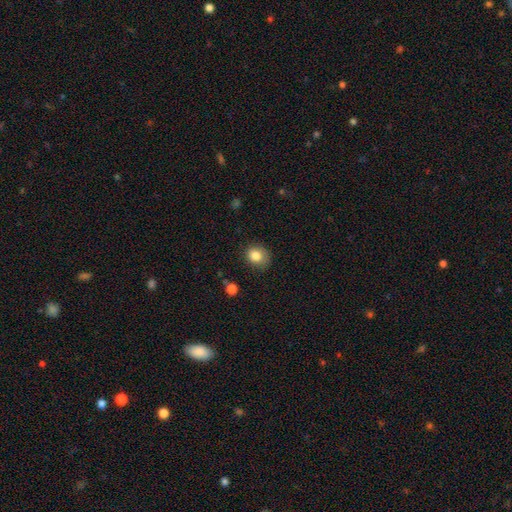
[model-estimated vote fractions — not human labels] This appears to be a smooth galaxy with no disk features (82%) that is round (74%). Merging: none (73%).